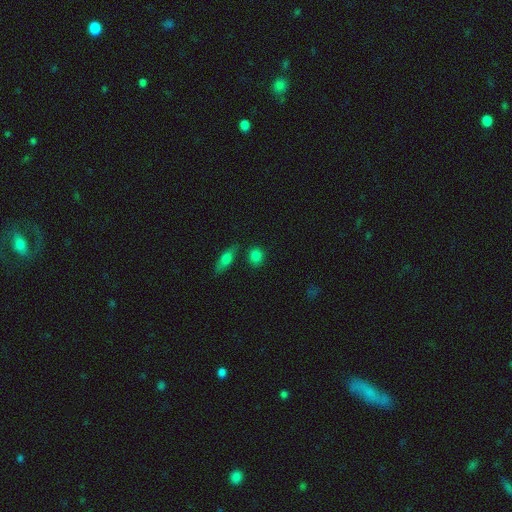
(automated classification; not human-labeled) This appears to be a smooth galaxy with no disk features (82%) that is round (69%). Merging: none (76%).